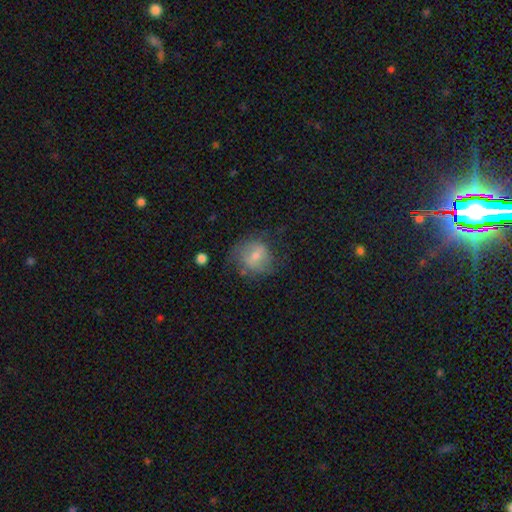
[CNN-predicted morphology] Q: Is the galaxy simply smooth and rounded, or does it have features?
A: smooth — 55%.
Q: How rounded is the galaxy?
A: round — 73%.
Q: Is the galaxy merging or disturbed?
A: none — 58%.